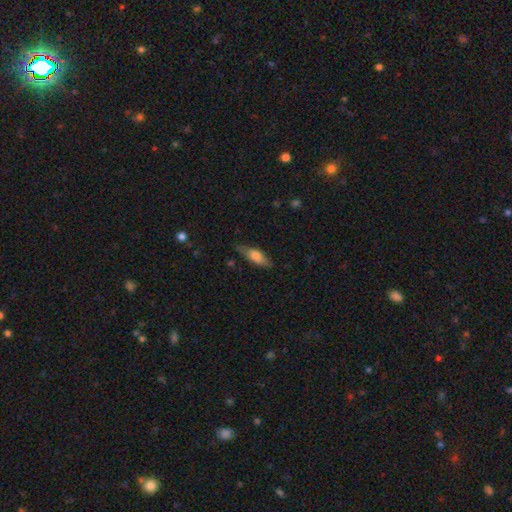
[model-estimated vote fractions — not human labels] A smooth galaxy with no disk features (65%) that is in between round and cigar-shaped (58%).

Vote fractions:
- Smooth or featured? smooth: 65% / featured or disk: 28% / star or artifact: 7%
- How rounded? in between: 58% / cigar-shaped: 39% / round: 3%
- Merging? none: 73% / minor disturbance: 21% / major disturbance: 5% / merger: 2%